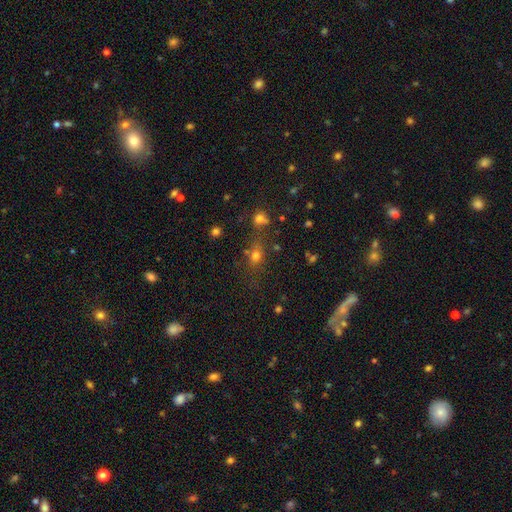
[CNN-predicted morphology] Q: Smooth or featured?
A: smooth (70%); runner-up: star or artifact (20%)
Q: How rounded?
A: round (53%); runner-up: in between (43%)
Q: Merging?
A: none (59%); runner-up: merger (20%)